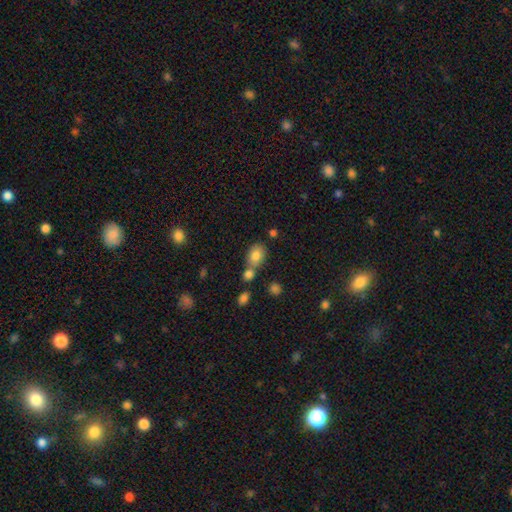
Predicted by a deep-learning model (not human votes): smooth 81%, featured or disk 10%, star or artifact 9%. Down the decision tree: how rounded — in between (70%); merging — none (52%).